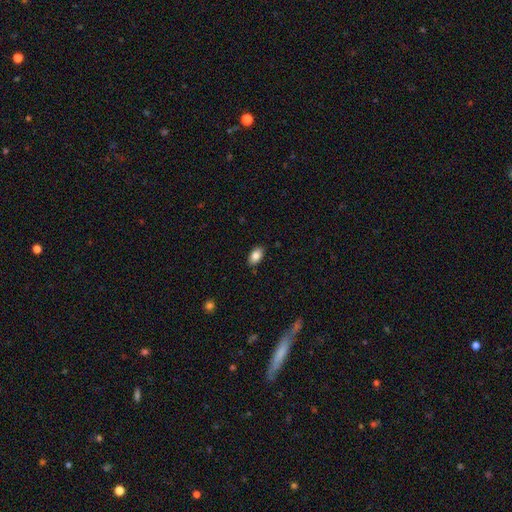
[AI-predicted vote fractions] A smooth galaxy with no disk features (85%) that is in between round and cigar-shaped (91%). Merging: none (87%).